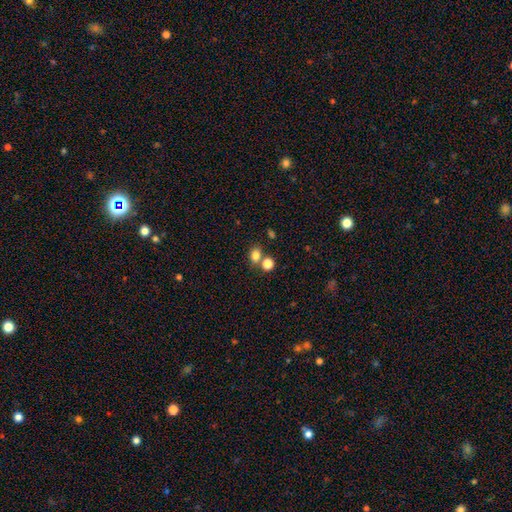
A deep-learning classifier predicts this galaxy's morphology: The model was most divided on "how rounded": in between: 54%, round: 45%, cigar-shaped: 1%. More confident: smooth or featured — smooth (80%); merging — none (60%).